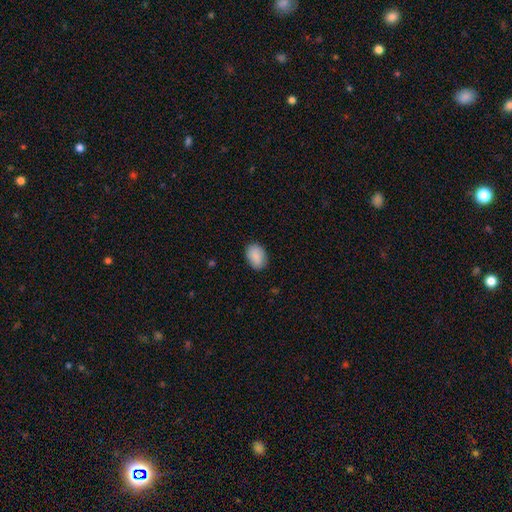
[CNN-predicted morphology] type=smooth (89%); roundness=in between (83%); merging=none (85%).